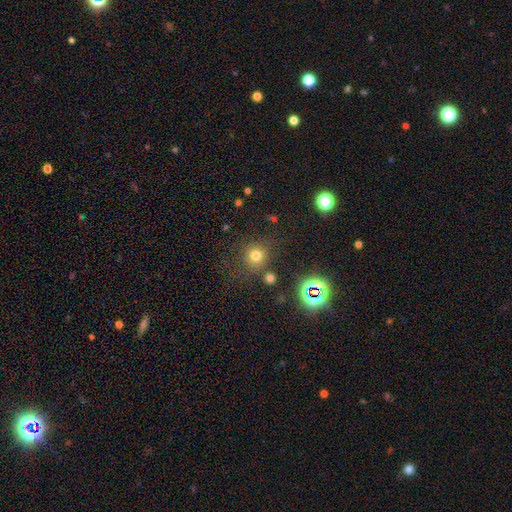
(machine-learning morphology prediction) The model was most divided on "smooth or featured": smooth: 70%, star or artifact: 22%, featured or disk: 9%. More confident: how rounded — round (89%); merging — none (74%).